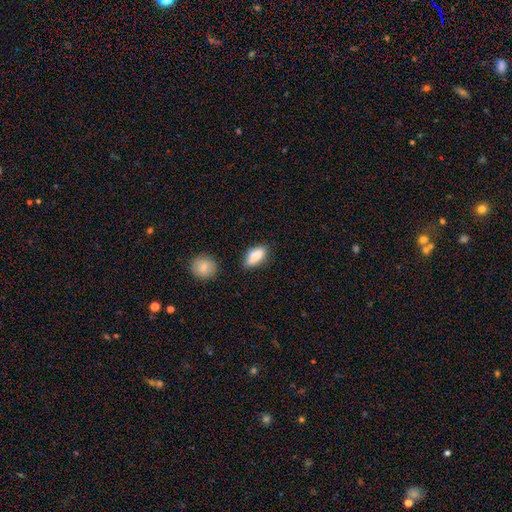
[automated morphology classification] A smooth galaxy with no disk features (82%) that is in between round and cigar-shaped (81%).

Vote fractions:
- Smooth or featured? smooth: 82% / featured or disk: 11% / star or artifact: 7%
- How rounded? in between: 81% / cigar-shaped: 15% / round: 4%
- Merging? none: 72% / minor disturbance: 19% / merger: 5% / major disturbance: 4%